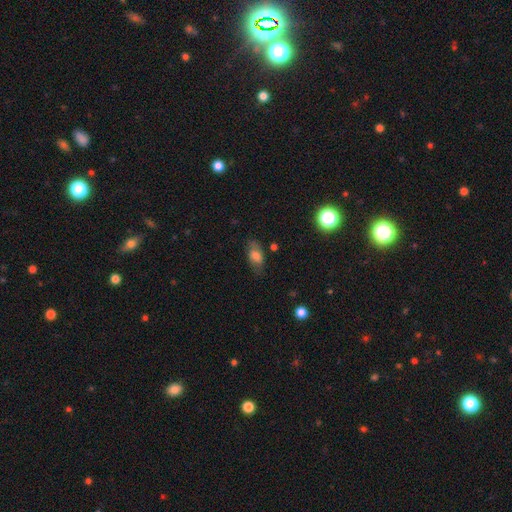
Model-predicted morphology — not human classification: Smooth or featured? smooth (68%)
How rounded? in between (87%)
Merging? none (72%)